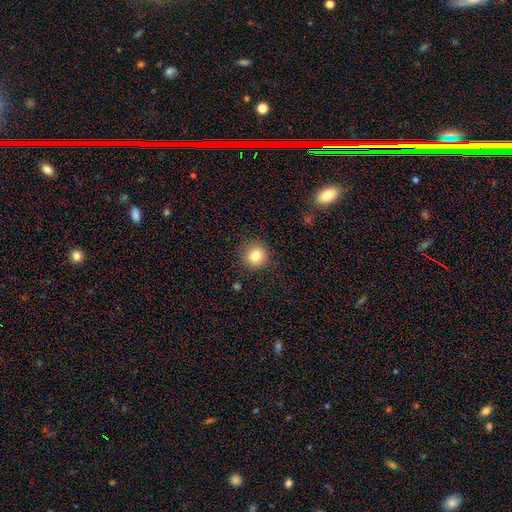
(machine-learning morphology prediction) The model was most divided on "smooth or featured": smooth: 83%, star or artifact: 10%, featured or disk: 7%. More confident: how rounded — round (91%); merging — none (88%).